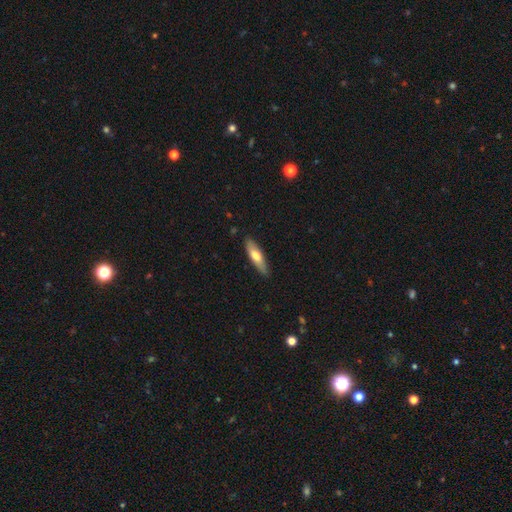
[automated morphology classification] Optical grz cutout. It shows a smooth galaxy with no disk features (60%) that is cigar-shaped (65%). Merging: none (83%).